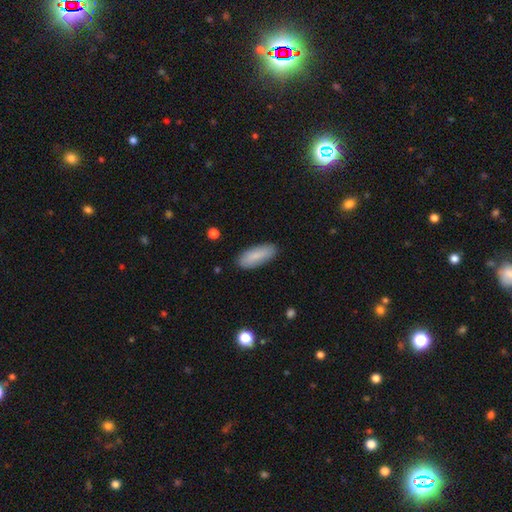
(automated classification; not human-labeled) Smooth or featured: smooth — 83% (featured or disk — 11%)
How rounded: in between — 71% (cigar-shaped — 28%)
Merging: none — 86% (minor disturbance — 11%)